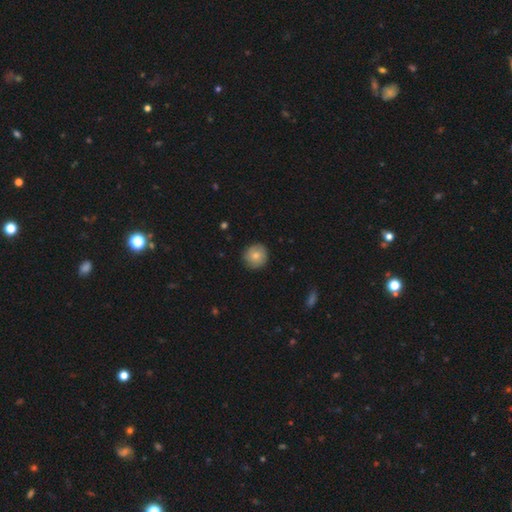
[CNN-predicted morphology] Smooth or featured?
  - smooth: 78% *
  - featured or disk: 14%
  - star or artifact: 8%
How rounded?
  - round: 93% *
  - in between: 6%
  - cigar-shaped: 1%
Merging?
  - none: 89% *
  - minor disturbance: 8%
  - major disturbance: 2%
  - merger: 1%